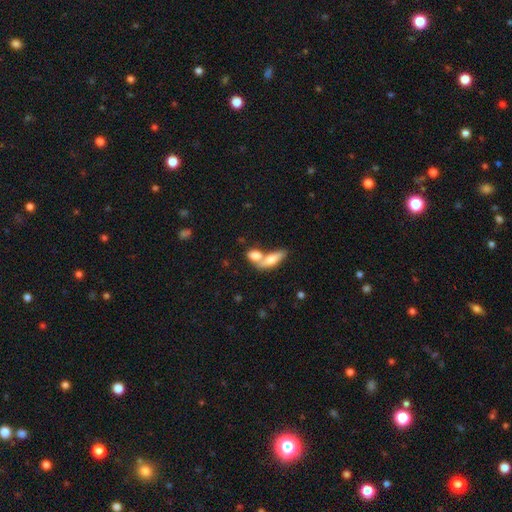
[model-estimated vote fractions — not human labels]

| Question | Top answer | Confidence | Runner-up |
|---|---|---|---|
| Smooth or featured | smooth | 73% | featured or disk (20%) |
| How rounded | in between | 71% | cigar-shaped (17%) |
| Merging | merger | 60% | none (29%) |